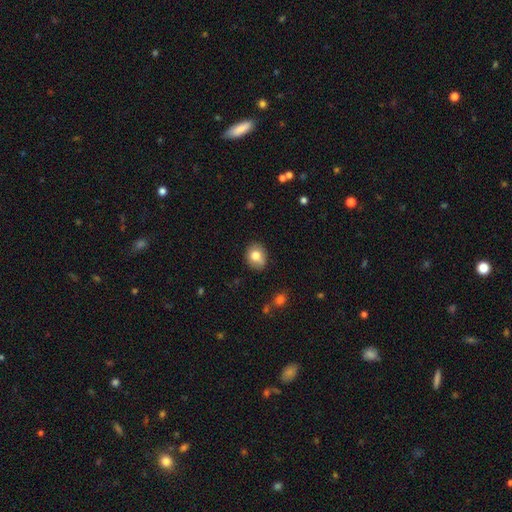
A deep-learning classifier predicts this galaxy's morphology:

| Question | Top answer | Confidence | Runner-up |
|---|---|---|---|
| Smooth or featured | smooth | 77% | featured or disk (14%) |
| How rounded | round | 57% | in between (42%) |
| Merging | none | 77% | minor disturbance (18%) |